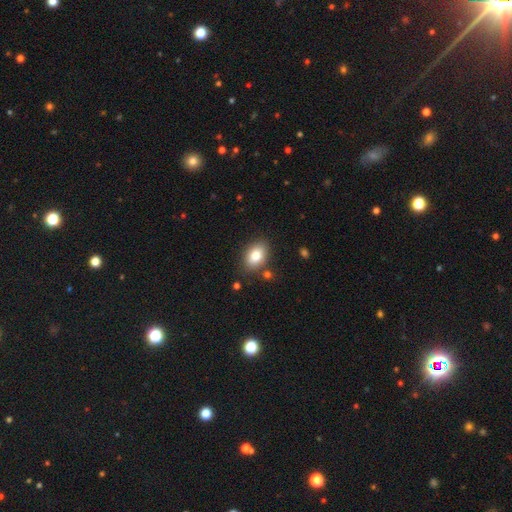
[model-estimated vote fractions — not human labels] Morphology: type=smooth (81%); roundness=in between (82%); merging=none (81%).